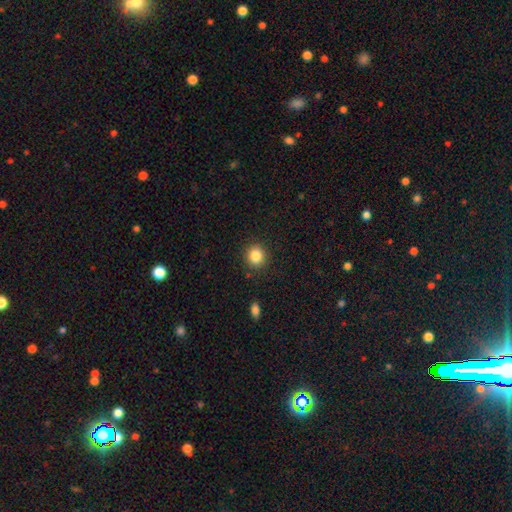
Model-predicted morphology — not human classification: This is clearly a smooth galaxy (85%). How rounded: clearly round (87%). Merging: clearly none (89%).